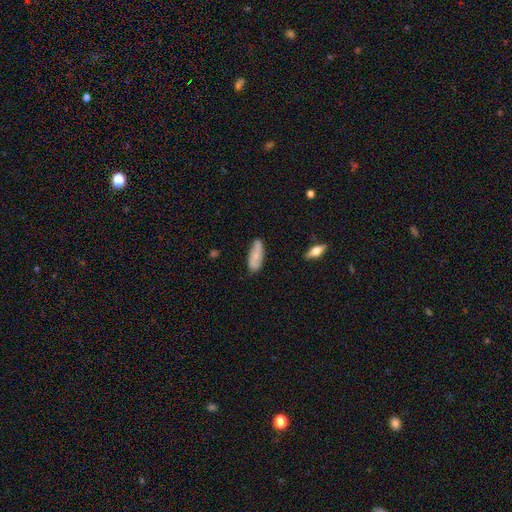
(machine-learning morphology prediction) smooth-or-featured: smooth: 70% | featured or disk: 24% | star or artifact: 7%
  how-rounded: in between: 74% | cigar-shaped: 24% | round: 2%
  merging: none: 73% | minor disturbance: 21% | major disturbance: 3% | merger: 2%